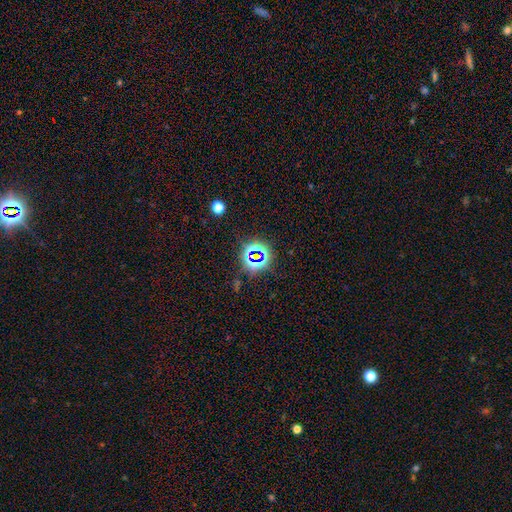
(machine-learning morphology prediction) This appears to be a star or artifact, not a galaxy (74%).